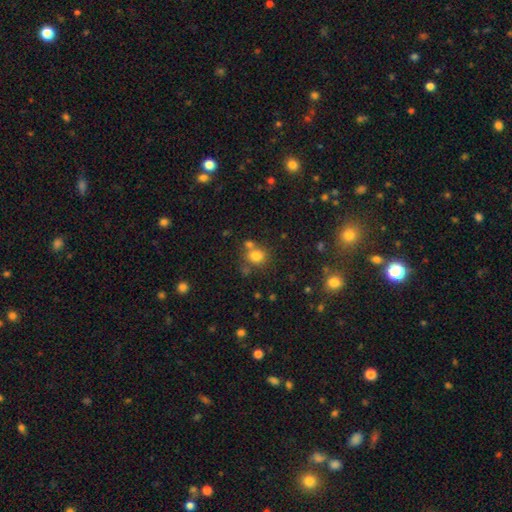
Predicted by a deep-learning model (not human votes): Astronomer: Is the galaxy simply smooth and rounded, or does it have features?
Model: smooth — 78%.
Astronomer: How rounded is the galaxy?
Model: round — 75%.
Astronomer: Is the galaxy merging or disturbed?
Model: none — 60%.